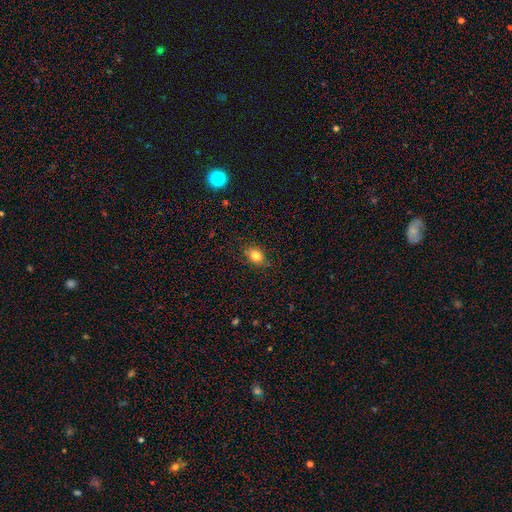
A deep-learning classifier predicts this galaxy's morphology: Q: Smooth or featured?
A: smooth (81%); runner-up: star or artifact (11%)
Q: How rounded?
A: in between (58%); runner-up: round (40%)
Q: Merging?
A: none (82%); runner-up: minor disturbance (13%)